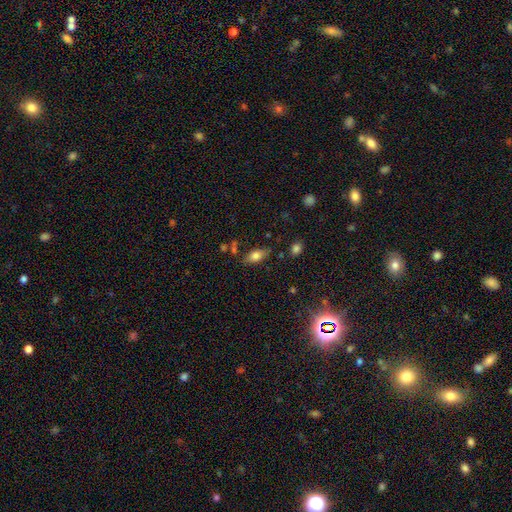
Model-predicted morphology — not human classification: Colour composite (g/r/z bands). It shows a smooth galaxy with no disk features (73%) that is in between round and cigar-shaped (84%). Merging: none (75%).